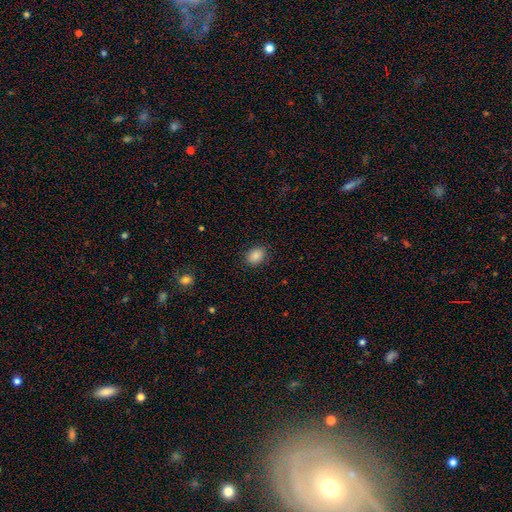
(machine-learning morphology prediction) Q: Smooth or featured?
A: smooth (88%); runner-up: star or artifact (8%)
Q: How rounded?
A: in between (70%); runner-up: round (28%)
Q: Merging?
A: none (87%); runner-up: minor disturbance (9%)